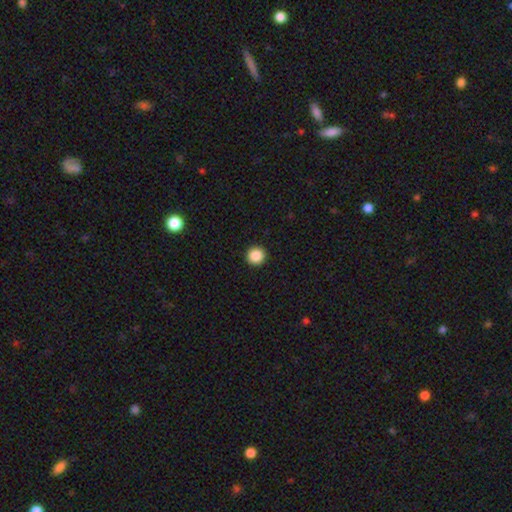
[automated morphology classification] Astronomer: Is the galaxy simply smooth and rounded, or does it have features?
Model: smooth — 88%.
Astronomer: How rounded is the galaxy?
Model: round — 96%.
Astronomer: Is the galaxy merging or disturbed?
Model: none — 94%.